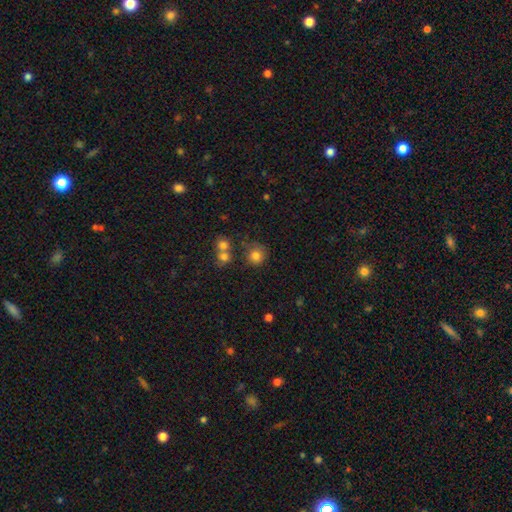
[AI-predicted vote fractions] A smooth galaxy with no disk features (79%) that is round (88%).

Vote fractions:
- Smooth or featured? smooth: 79% / star or artifact: 13% / featured or disk: 8%
- How rounded? round: 88% / in between: 11% / cigar-shaped: 1%
- Merging? none: 67% / minor disturbance: 14% / merger: 13% / major disturbance: 5%